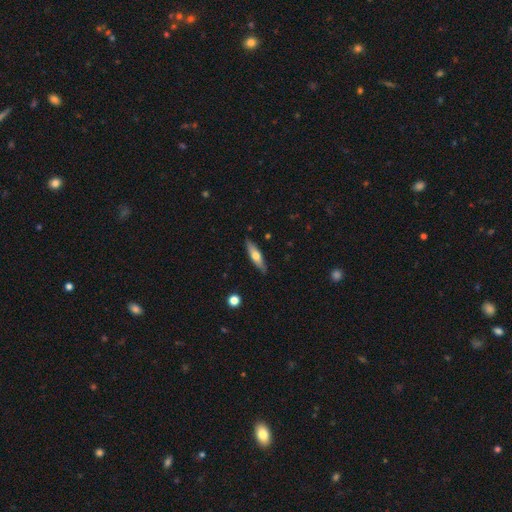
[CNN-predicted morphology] A smooth galaxy with no disk features (51%) that is cigar-shaped (71%).

Vote fractions:
- Smooth or featured? smooth: 51% / featured or disk: 43% / star or artifact: 6%
- How rounded? cigar-shaped: 71% / in between: 27% / round: 2%
- Merging? none: 88% / minor disturbance: 9% / major disturbance: 2% / merger: 1%